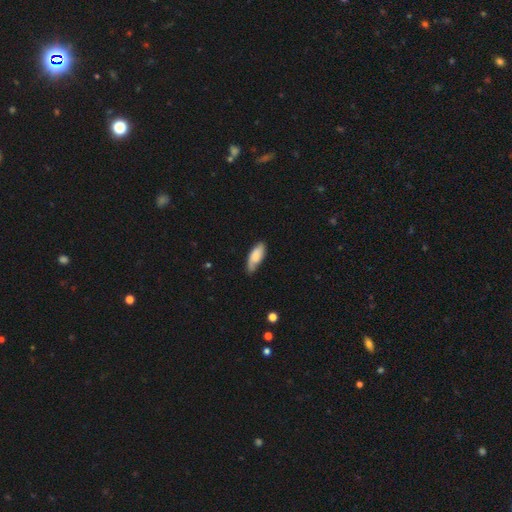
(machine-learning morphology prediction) smooth-or-featured: smooth: 71% | featured or disk: 23% | star or artifact: 7%
  how-rounded: in between: 76% | cigar-shaped: 22% | round: 2%
  merging: none: 64% | minor disturbance: 28% | major disturbance: 5% | merger: 2%